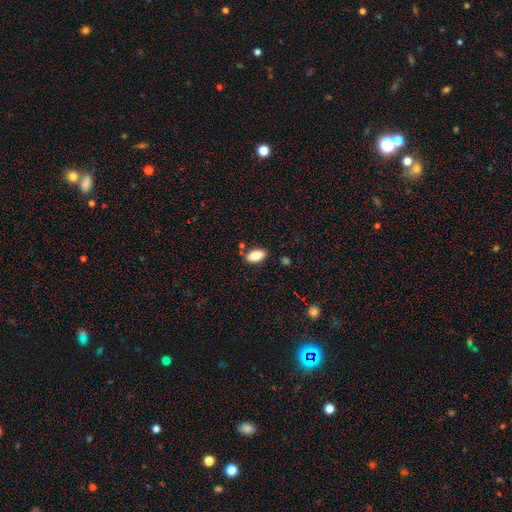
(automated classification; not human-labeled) Smooth or featured?
  - smooth: 84% *
  - featured or disk: 9%
  - star or artifact: 7%
How rounded?
  - in between: 93% *
  - round: 4%
  - cigar-shaped: 4%
Merging?
  - none: 82% *
  - minor disturbance: 11%
  - merger: 4%
  - major disturbance: 2%